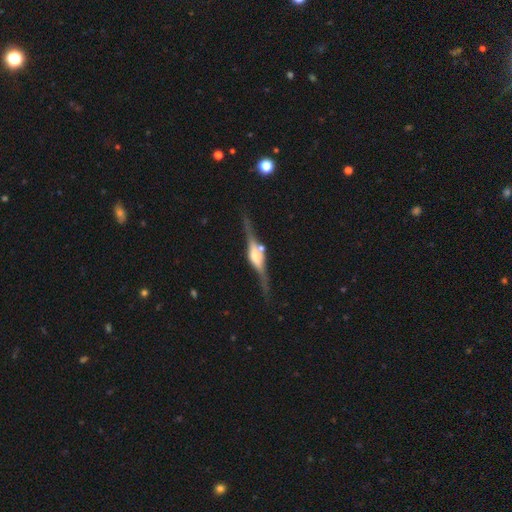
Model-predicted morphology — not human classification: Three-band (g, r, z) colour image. It shows a featured or disk galaxy (85%) viewed edge-on (97%) with a rounded central bulge (80%). Merging: none (78%).